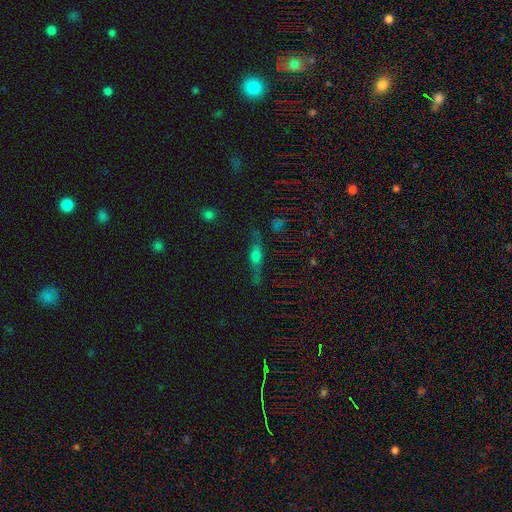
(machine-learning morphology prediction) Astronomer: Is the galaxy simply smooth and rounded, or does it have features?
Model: featured or disk — 53% (runner-up: smooth, 33%).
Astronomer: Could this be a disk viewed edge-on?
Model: yes — 88%.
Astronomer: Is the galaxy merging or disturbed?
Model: none — 75%.